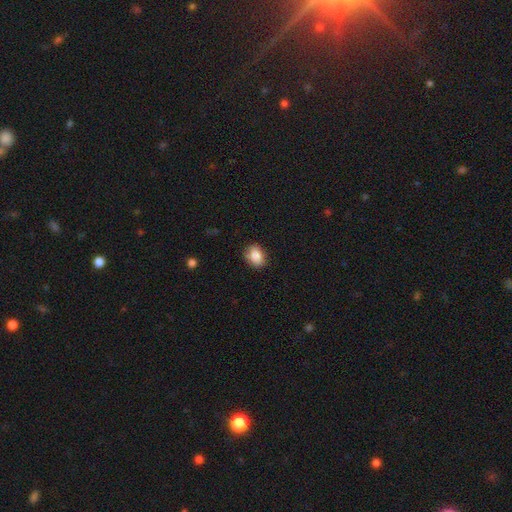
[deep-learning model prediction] Q: Smooth or featured?
A: smooth (87%); runner-up: star or artifact (8%)
Q: How rounded?
A: in between (71%); runner-up: round (27%)
Q: Merging?
A: none (81%); runner-up: minor disturbance (15%)